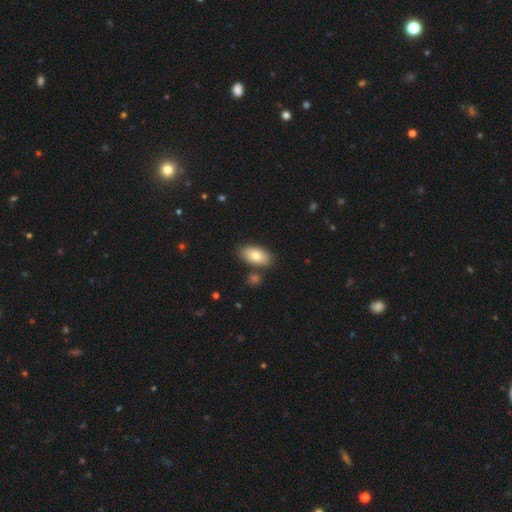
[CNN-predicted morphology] smooth-or-featured: smooth: 78% | featured or disk: 15% | star or artifact: 7%
  how-rounded: in between: 93% | round: 4% | cigar-shaped: 2%
  merging: none: 79% | minor disturbance: 11% | merger: 7% | major disturbance: 2%